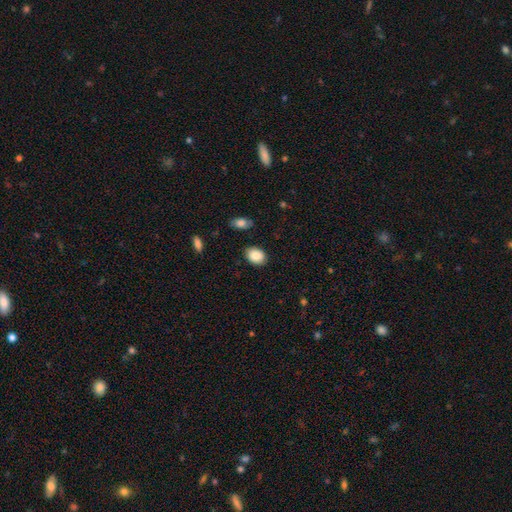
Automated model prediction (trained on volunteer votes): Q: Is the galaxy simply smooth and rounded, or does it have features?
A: smooth — 87%.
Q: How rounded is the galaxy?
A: in between — 74%.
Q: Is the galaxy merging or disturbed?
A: none — 86%.